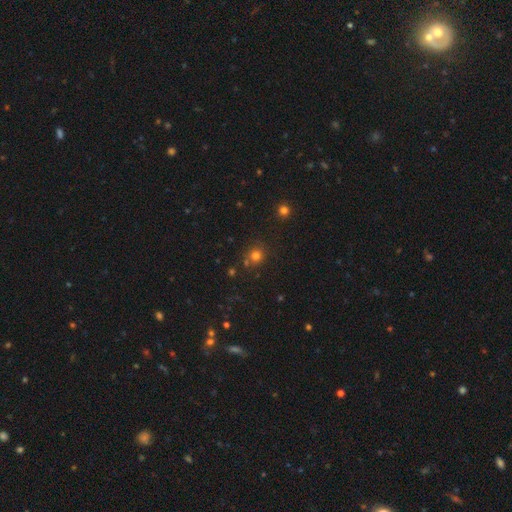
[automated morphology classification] A smooth galaxy with no disk features (75%) that is round (87%).

Vote fractions:
- Smooth or featured? smooth: 75% / star or artifact: 18% / featured or disk: 7%
- How rounded? round: 87% / in between: 12% / cigar-shaped: 1%
- Merging? none: 74% / merger: 12% / minor disturbance: 11% / major disturbance: 4%